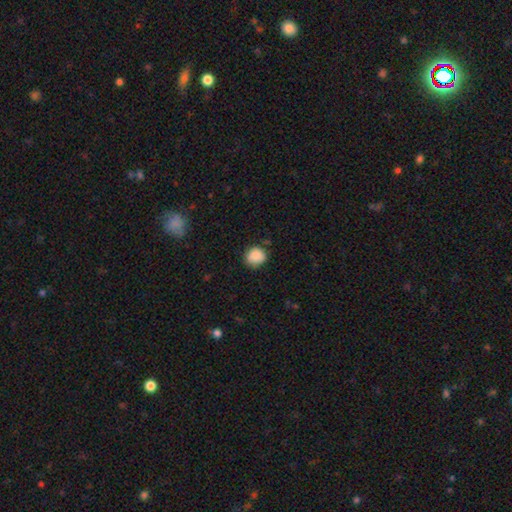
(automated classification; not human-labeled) Smooth or featured?
  - smooth: 87% *
  - star or artifact: 9%
  - featured or disk: 4%
How rounded?
  - round: 82% *
  - in between: 17%
  - cigar-shaped: 1%
Merging?
  - none: 75% *
  - minor disturbance: 19%
  - major disturbance: 4%
  - merger: 2%